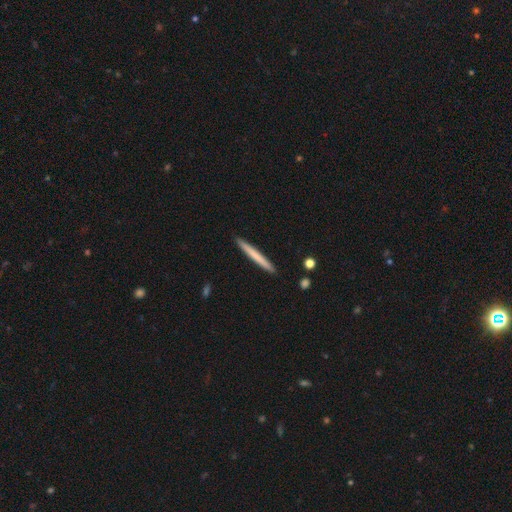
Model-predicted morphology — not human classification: Smooth or featured: smooth — 67% (featured or disk — 28%)
How rounded: cigar-shaped — 97% (in between — 2%)
Merging: none — 92% (minor disturbance — 5%)